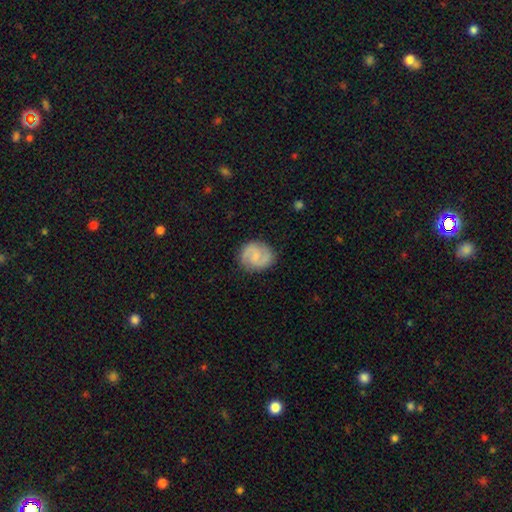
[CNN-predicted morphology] Smooth or featured? featured or disk (71%)
Edge-on disk? no (98%)
Bar? weak (51%)
Spiral arms? yes (95%)
Spiral winding? medium (53%)
Spiral arm count? 2 (91%)
Bulge size? small (57%)
Merging? none (85%)